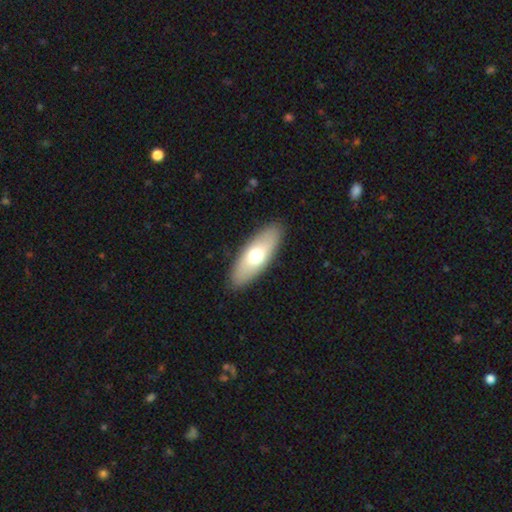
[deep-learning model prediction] smooth-or-featured: smooth: 65% | featured or disk: 29% | star or artifact: 6%
  how-rounded: in between: 74% | cigar-shaped: 23% | round: 3%
  merging: none: 90% | minor disturbance: 7% | major disturbance: 2% | merger: 1%